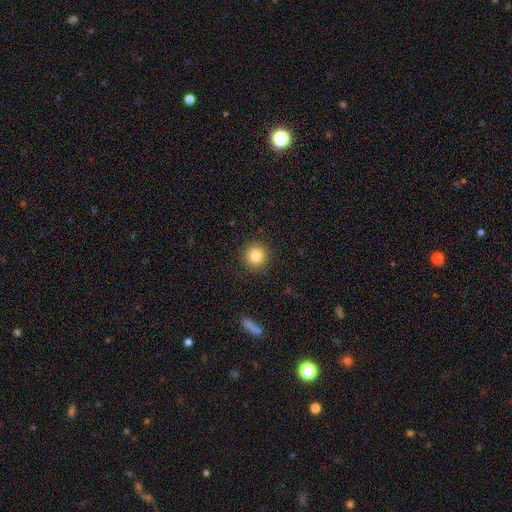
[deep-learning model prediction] smooth_or_featured: smooth (p=0.84) [alt: star or artifact p=0.10]
how_rounded: round (p=0.93) [alt: in between p=0.06]
merging: none (p=0.90) [alt: minor disturbance p=0.06]